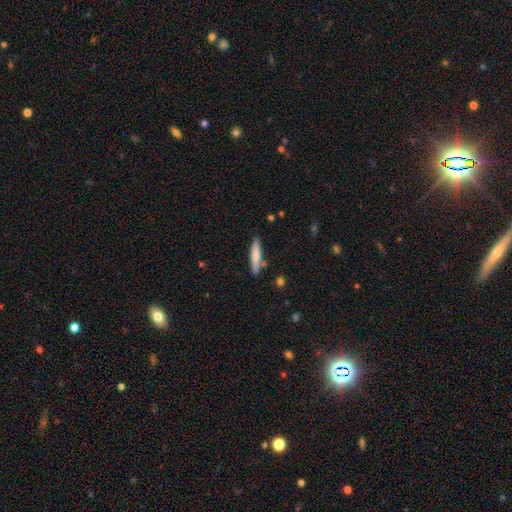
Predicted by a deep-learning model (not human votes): smooth_or_featured: smooth (p=0.73) [alt: featured or disk p=0.21]
how_rounded: cigar-shaped (p=0.86) [alt: in between p=0.13]
merging: none (p=0.82) [alt: minor disturbance p=0.11]